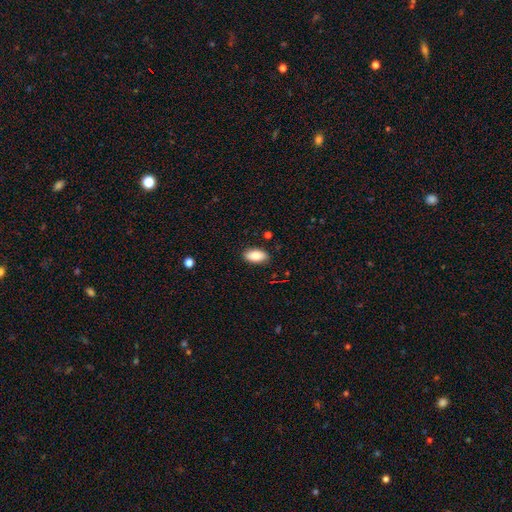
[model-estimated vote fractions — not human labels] A smooth galaxy with no disk features (86%) that is in between round and cigar-shaped (92%).

Vote fractions:
- Smooth or featured? smooth: 86% / star or artifact: 7% / featured or disk: 7%
- How rounded? in between: 92% / cigar-shaped: 5% / round: 3%
- Merging? none: 89% / minor disturbance: 8% / major disturbance: 2% / merger: 1%